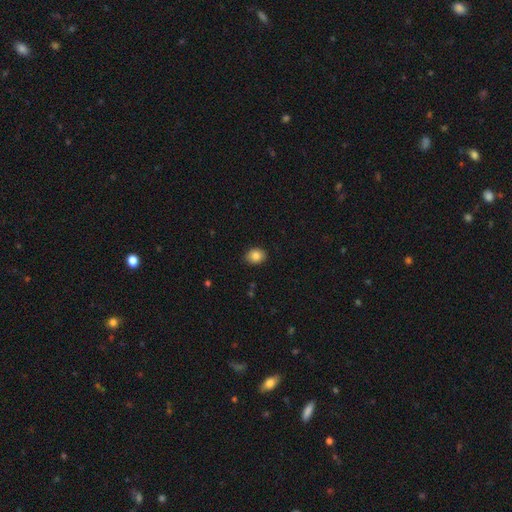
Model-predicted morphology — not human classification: A smooth galaxy with no disk features (85%) that is in between round and cigar-shaped (51%). Merging: none (88%).